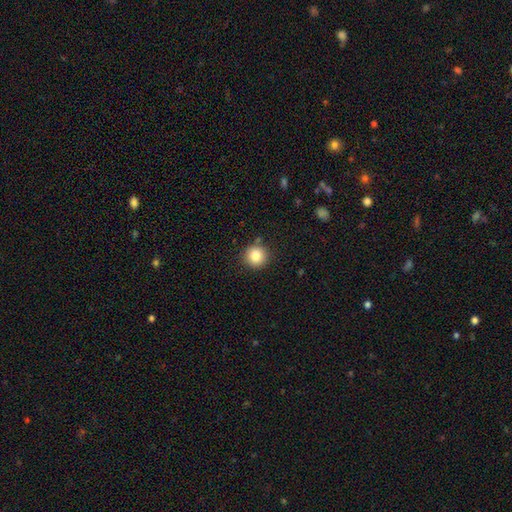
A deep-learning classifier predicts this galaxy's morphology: A smooth galaxy with no disk features (83%) that is round (93%). Merging: none (87%).